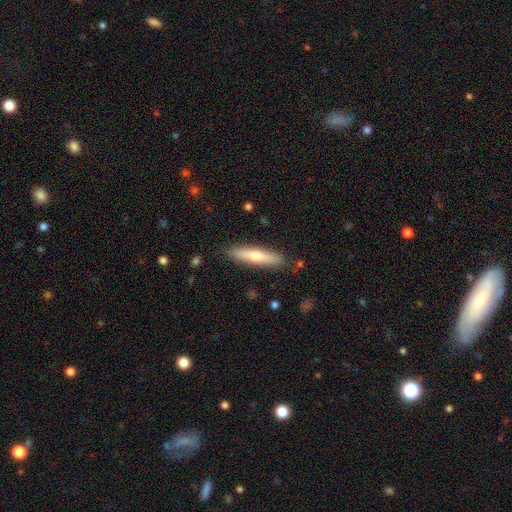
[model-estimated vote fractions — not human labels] This is likely a smooth galaxy (63%). How rounded: clearly cigar-shaped (86%). Merging: clearly none (88%).